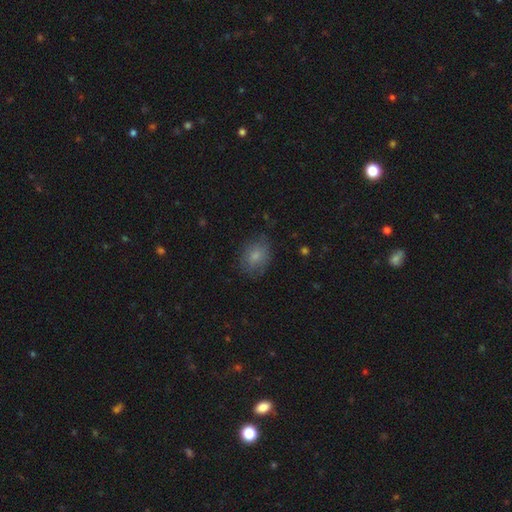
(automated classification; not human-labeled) The model was most divided on "how rounded": in between: 64%, round: 35%, cigar-shaped: 1%. More confident: smooth or featured — smooth (78%); merging — none (72%).